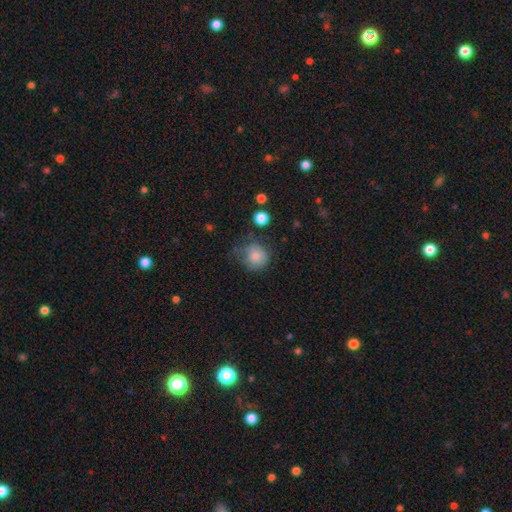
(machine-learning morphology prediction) A smooth galaxy with no disk features (79%) that is round (81%).

Vote fractions:
- Smooth or featured? smooth: 79% / featured or disk: 11% / star or artifact: 9%
- How rounded? round: 81% / in between: 18% / cigar-shaped: 1%
- Merging? none: 45% / minor disturbance: 33% / major disturbance: 19% / merger: 4%